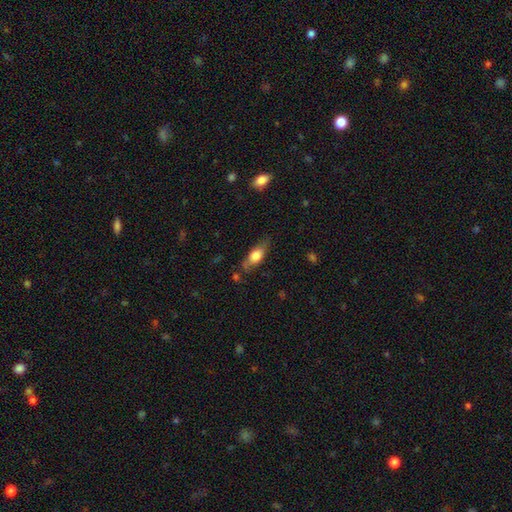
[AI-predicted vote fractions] Morphology: type=smooth (70%); roundness=in between (74%); merging=none (66%).